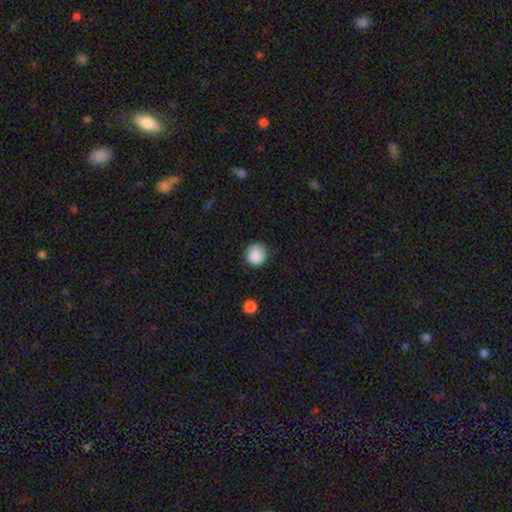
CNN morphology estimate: Smooth or featured? Predicted: smooth (p=0.88). How rounded? Predicted: round (p=0.94). Merging? Predicted: none (p=0.86).